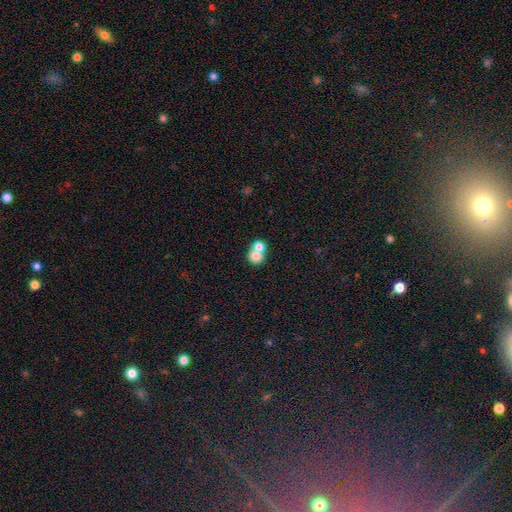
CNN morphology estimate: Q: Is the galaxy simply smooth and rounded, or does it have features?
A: smooth — 77%.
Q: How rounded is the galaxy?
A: round — 77%.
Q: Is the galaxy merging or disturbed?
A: merger — 63%.